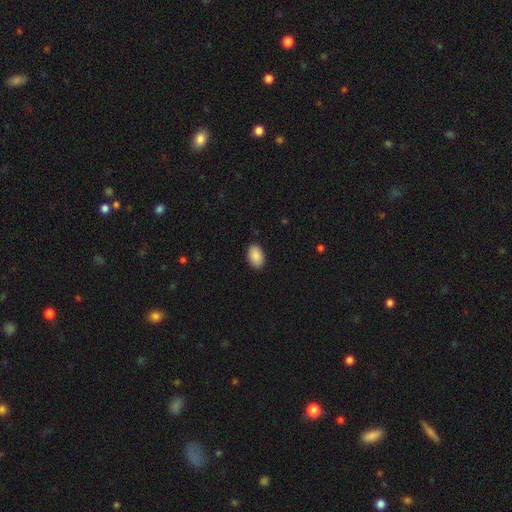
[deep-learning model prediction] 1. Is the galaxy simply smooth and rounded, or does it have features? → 90% smooth, 7% star or artifact, 4% featured or disk.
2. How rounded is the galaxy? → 90% in between, 9% round, 1% cigar-shaped.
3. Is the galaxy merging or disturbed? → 89% none, 8% minor disturbance, 2% major disturbance, 1% merger.